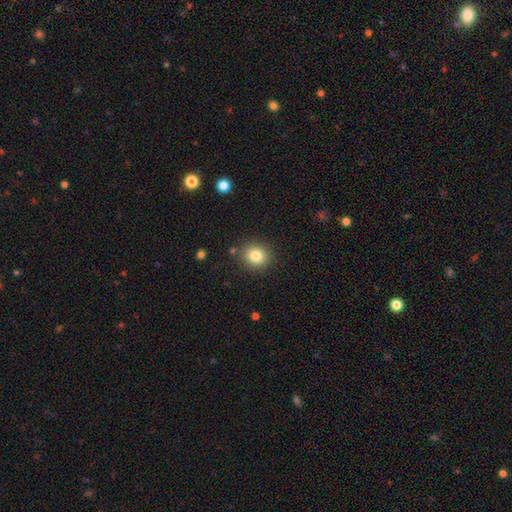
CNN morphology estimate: smooth-or-featured: smooth: 82% | star or artifact: 11% | featured or disk: 8%
  how-rounded: round: 74% | in between: 26% | cigar-shaped: 1%
  merging: none: 86% | minor disturbance: 9% | major disturbance: 3% | merger: 3%